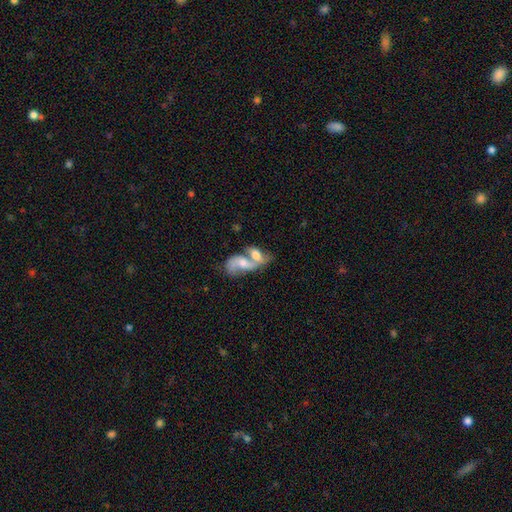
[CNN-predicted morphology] smooth-or-featured: featured or disk: 46% (tied) | smooth: 46% (tied) | star or artifact: 8%
  merging: merger: 79% | none: 10% | major disturbance: 6% | minor disturbance: 5%